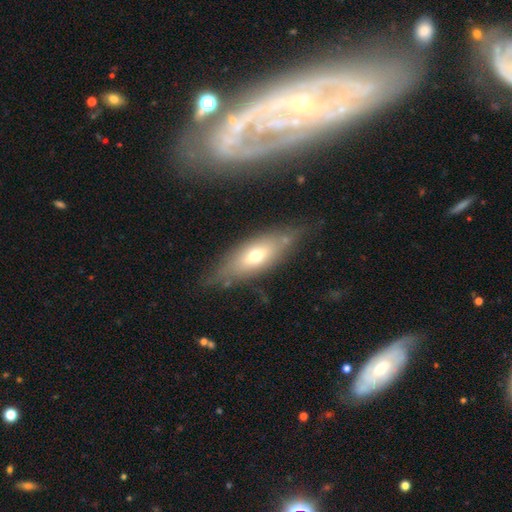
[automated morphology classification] Smooth or featured?
  - smooth: 49% *
  - featured or disk: 42%
  - star or artifact: 9%
Merging?
  - none: 71% *
  - minor disturbance: 17%
  - major disturbance: 7%
  - merger: 5%